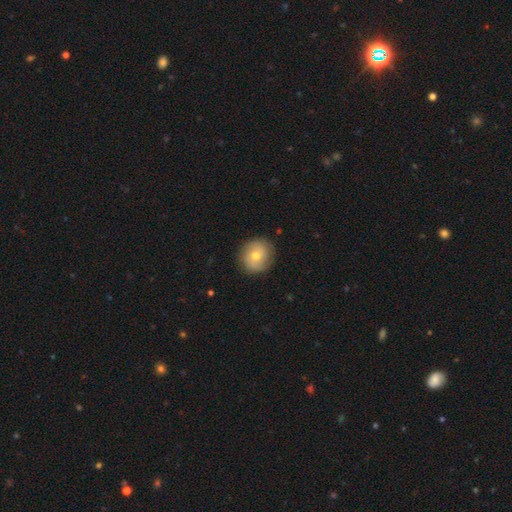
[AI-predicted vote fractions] This appears to be a smooth galaxy with no disk features (52%) that is round (86%). Merging: none (86%).